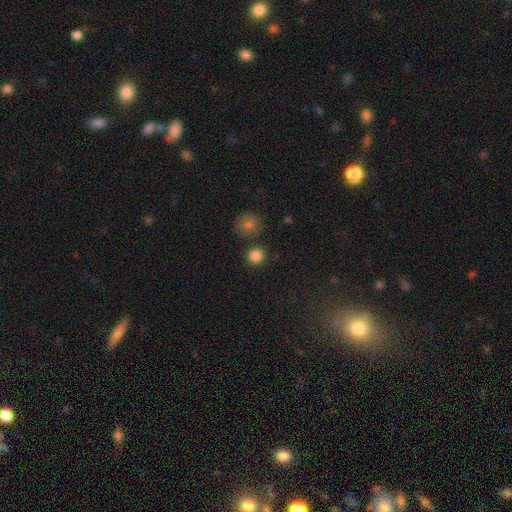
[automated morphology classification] type=smooth (84%); roundness=round (92%); merging=none (83%).